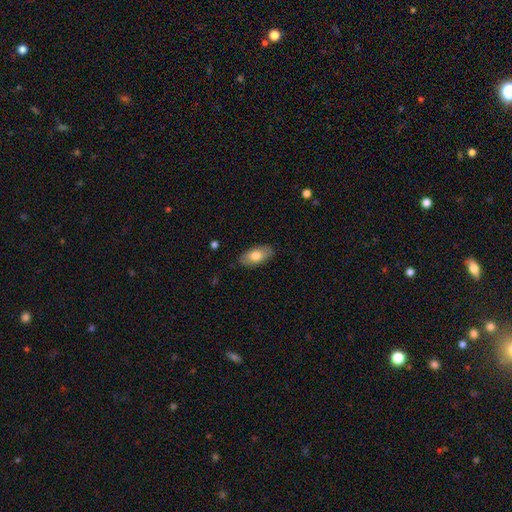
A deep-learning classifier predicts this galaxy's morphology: Smooth or featured?
  - smooth: 75% *
  - featured or disk: 19%
  - star or artifact: 6%
How rounded?
  - in between: 93% *
  - cigar-shaped: 4%
  - round: 3%
Merging?
  - none: 86% *
  - minor disturbance: 11%
  - major disturbance: 2%
  - merger: 1%